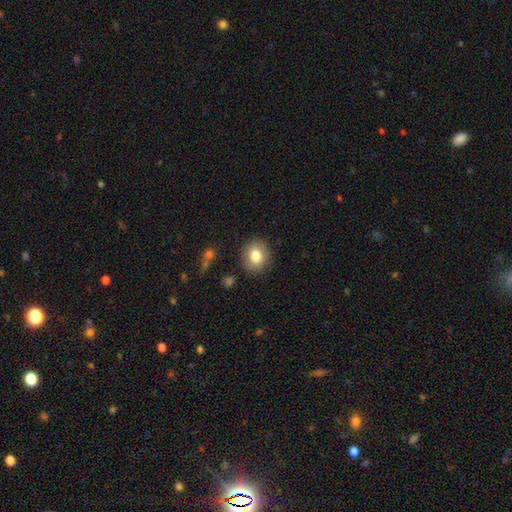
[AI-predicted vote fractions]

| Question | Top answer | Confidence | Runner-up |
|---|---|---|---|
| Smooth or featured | smooth | 80% | featured or disk (11%) |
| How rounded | round | 65% | in between (34%) |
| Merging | none | 87% | minor disturbance (9%) |